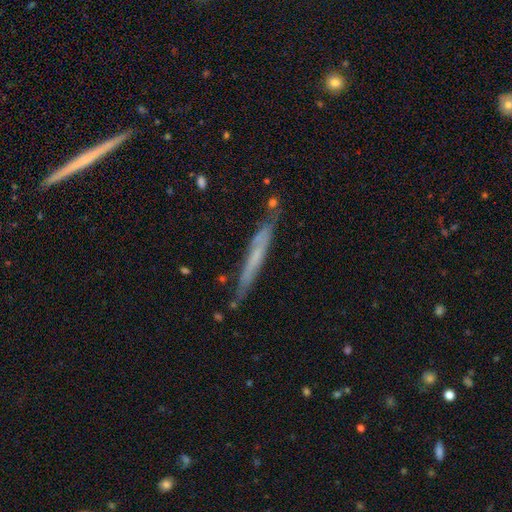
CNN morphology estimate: A featured or disk galaxy (54%) viewed edge-on (89%). Merging: none (76%).